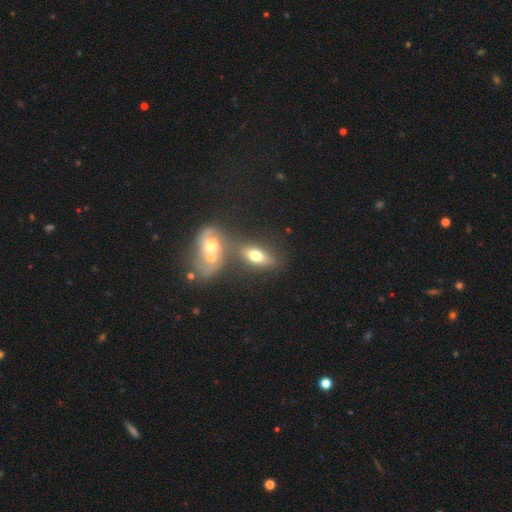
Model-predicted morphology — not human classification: This is possibly a smooth galaxy (60%). How rounded: likely in between (80%). Merging: marginally none (45%).